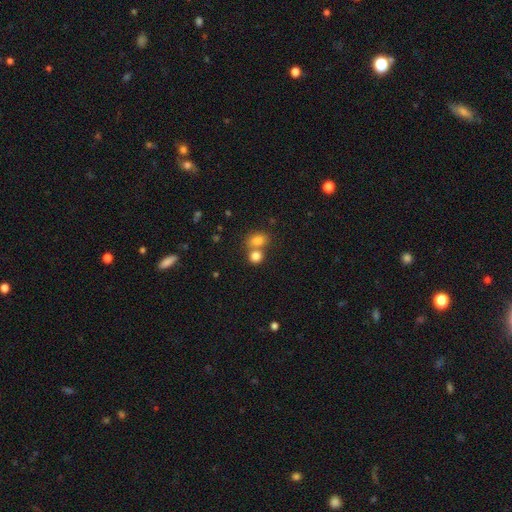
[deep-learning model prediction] This is clearly a smooth galaxy (81%). How rounded: likely round (63%). Merging: possibly merger (47%).